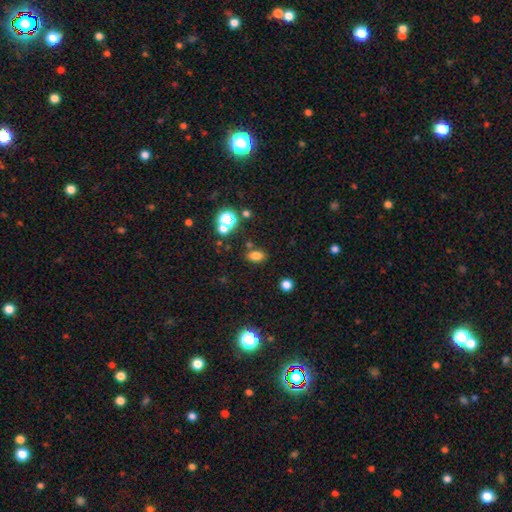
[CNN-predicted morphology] type=smooth (78%); roundness=in between (81%); merging=none (78%).